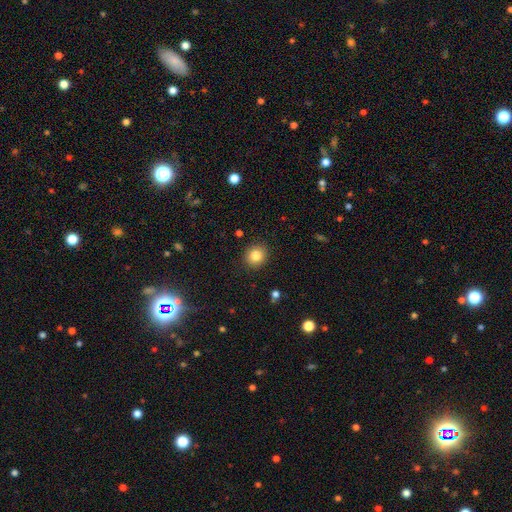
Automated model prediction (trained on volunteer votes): Smooth or featured?
  - smooth: 83% *
  - star or artifact: 11%
  - featured or disk: 6%
How rounded?
  - round: 85% *
  - in between: 14%
  - cigar-shaped: 1%
Merging?
  - none: 91% *
  - minor disturbance: 6%
  - major disturbance: 2%
  - merger: 1%